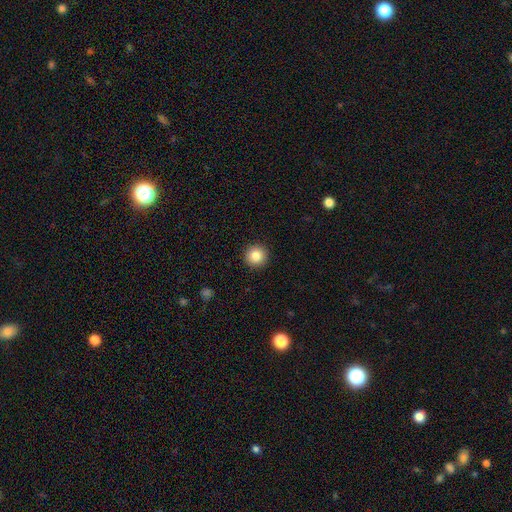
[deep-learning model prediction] Smooth or featured? smooth (86%)
How rounded? round (96%)
Merging? none (93%)